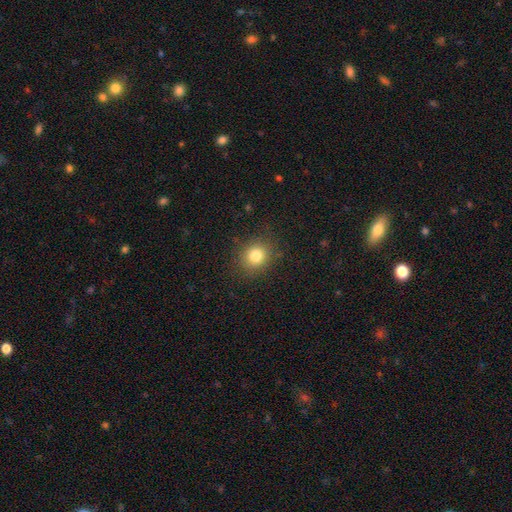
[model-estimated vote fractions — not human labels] Smooth or featured? smooth (81%)
How rounded? round (76%)
Merging? none (86%)